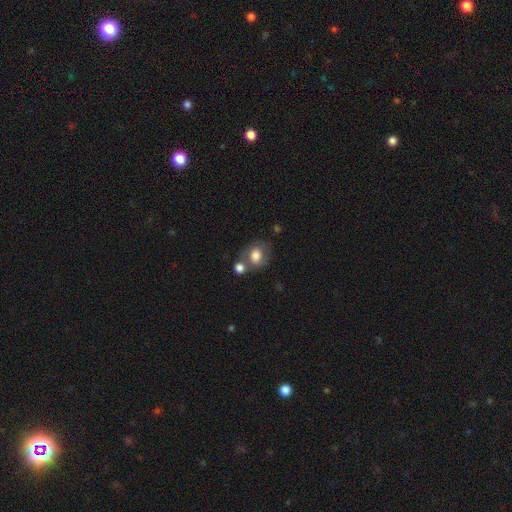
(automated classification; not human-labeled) Morphology: type=smooth (74%); roundness=round (59%); merging=none (49%).